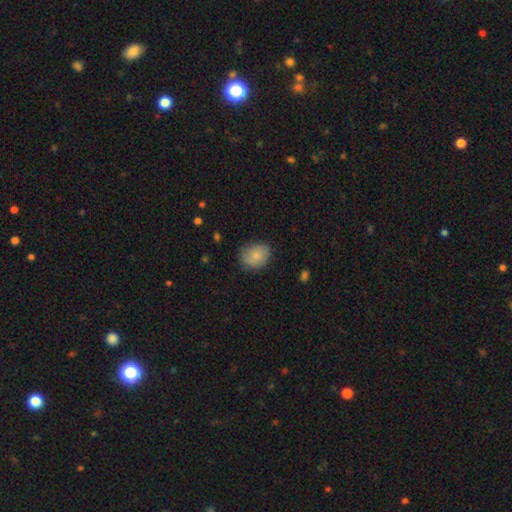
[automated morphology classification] Overall: smooth (83%). How rounded: round (50%; in between 49%). Merging: none (75%).